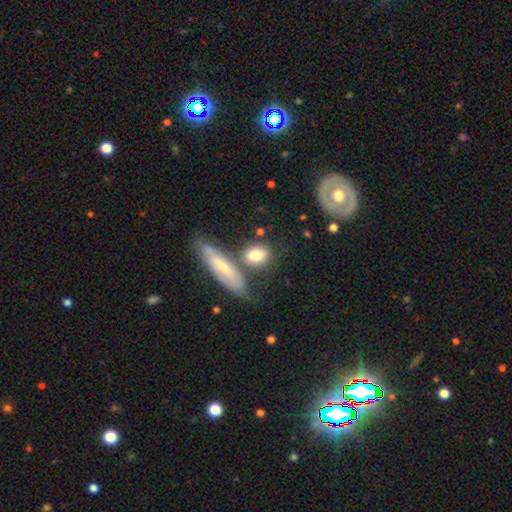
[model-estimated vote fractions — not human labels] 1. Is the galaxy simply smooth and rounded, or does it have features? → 74% smooth, 19% featured or disk, 7% star or artifact.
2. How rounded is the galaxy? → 57% in between, 31% round, 13% cigar-shaped.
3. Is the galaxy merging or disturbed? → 57% none, 22% merger, 15% minor disturbance, 6% major disturbance.